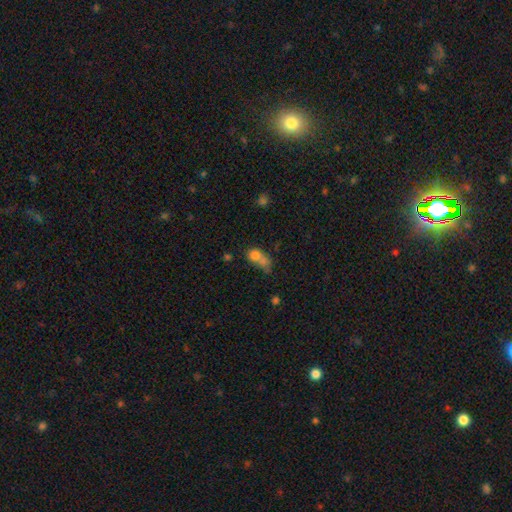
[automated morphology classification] Smooth or featured: smooth — 71% (featured or disk — 16%)
How rounded: in between — 60% (round — 35%)
Merging: merger — 43% (none — 22%)